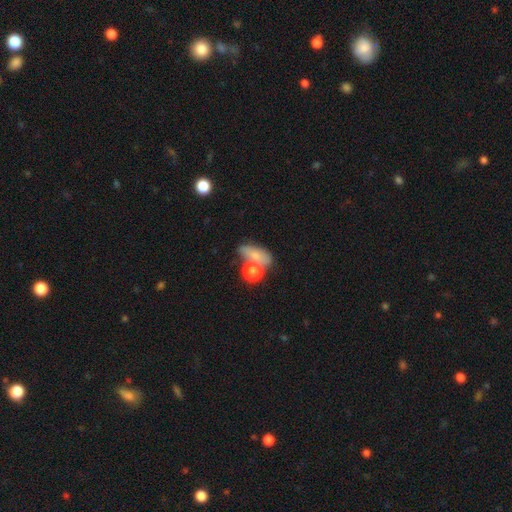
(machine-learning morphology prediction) Smooth or featured: smooth — 70% (featured or disk — 18%)
How rounded: in between — 66% (round — 21%)
Merging: none — 45% (merger — 31%)